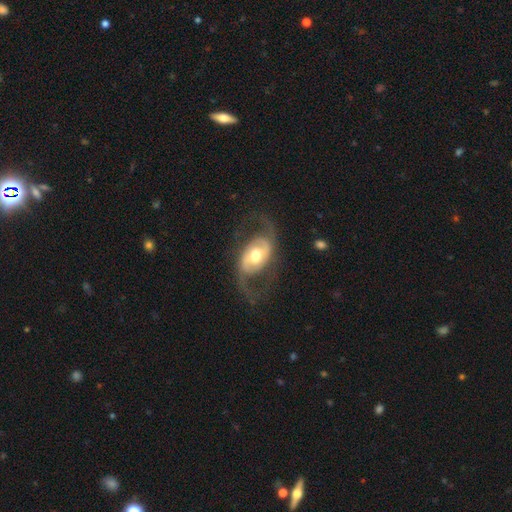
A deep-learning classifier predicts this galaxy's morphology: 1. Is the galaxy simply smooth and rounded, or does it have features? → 83% featured or disk, 12% smooth, 5% star or artifact.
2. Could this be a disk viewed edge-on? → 96% no, 4% yes.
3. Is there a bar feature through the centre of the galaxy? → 44% no, 36% weak, 20% strong.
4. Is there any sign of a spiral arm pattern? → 89% yes, 11% no.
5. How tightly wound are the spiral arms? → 48% loose, 41% medium, 11% tight.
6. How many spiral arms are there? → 91% 2, 4% can't tell, 2% 1, 1% 3, 1% 4, 1% more than 4.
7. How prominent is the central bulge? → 70% moderate, 19% large, 9% small, 2% dominant, 1% none.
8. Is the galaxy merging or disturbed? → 69% none, 16% major disturbance, 14% minor disturbance, 1% merger.